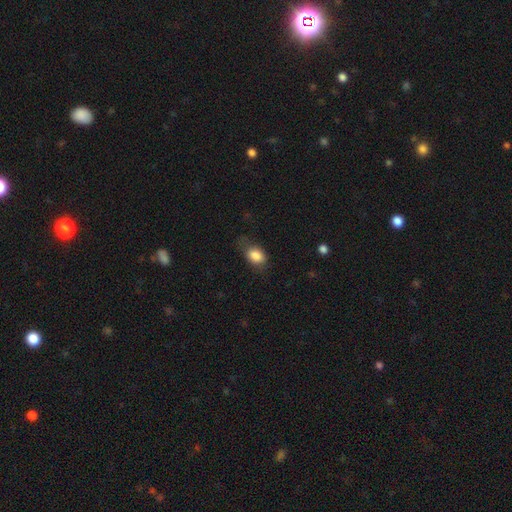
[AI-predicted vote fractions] Overall: smooth (84%). How rounded: in between (81%). Merging: none (60%; minor disturbance 27%).